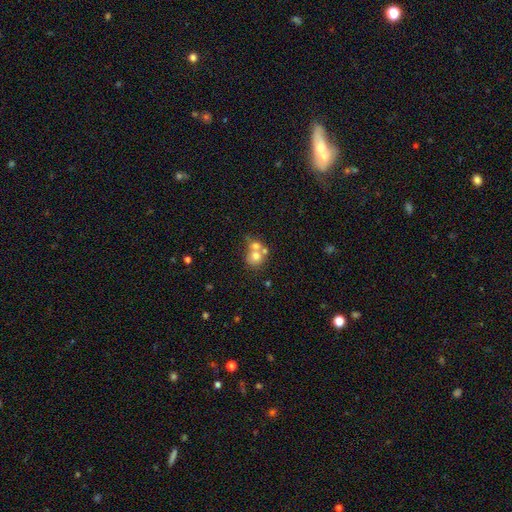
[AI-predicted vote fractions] Q: Smooth or featured?
A: smooth (66%); runner-up: featured or disk (22%)
Q: How rounded?
A: round (76%); runner-up: in between (23%)
Q: Merging?
A: merger (58%); runner-up: none (31%)